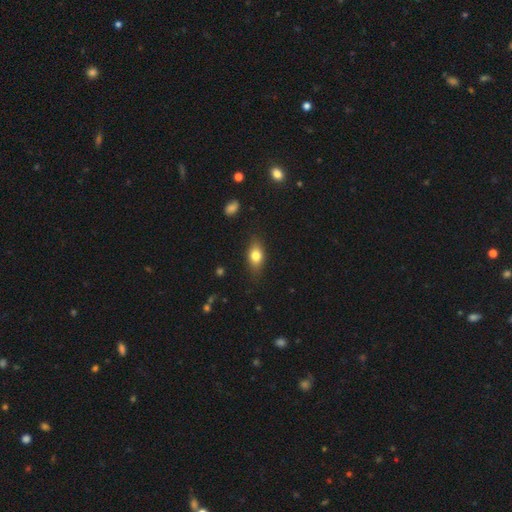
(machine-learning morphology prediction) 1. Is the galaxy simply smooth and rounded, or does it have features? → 74% smooth, 17% featured or disk, 9% star or artifact.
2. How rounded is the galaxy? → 78% in between, 12% round, 10% cigar-shaped.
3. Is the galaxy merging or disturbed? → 81% none, 15% minor disturbance, 3% major disturbance, 1% merger.